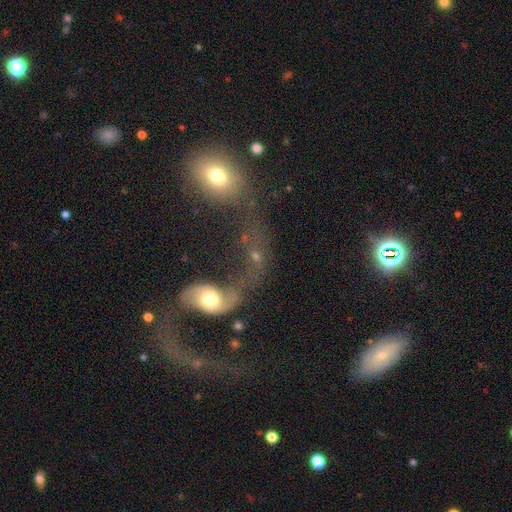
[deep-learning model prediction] A featured or disk galaxy (63%) with no bar (58%), spiral arms (80%) and a moderate central bulge (55%).

Vote fractions:
- Smooth or featured? featured or disk: 63% / smooth: 25% / star or artifact: 12%
- Edge-on disk? no: 93% / yes: 7%
- Bar? no: 58% / weak: 30% / strong: 12%
- Spiral arms? yes: 80% / no: 20%
- Bulge size? moderate: 55% / small: 22% / large: 15% / dominant: 4% / none: 4%
- Merging? merger: 31% (tied) / major disturbance: 31% (tied) / none: 27% / minor disturbance: 12%